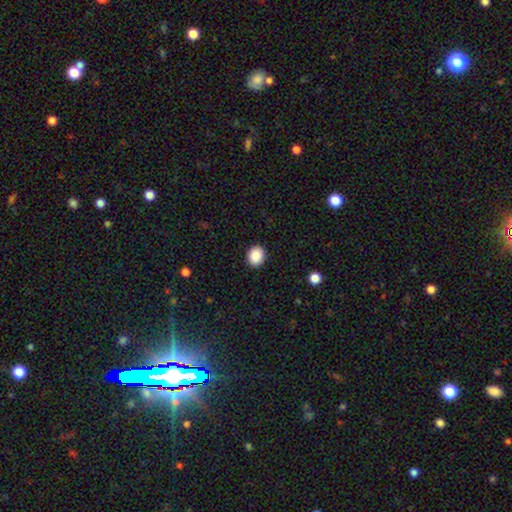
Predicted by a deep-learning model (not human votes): A smooth galaxy with no disk features (89%) that is round (59%). Merging: none (91%).